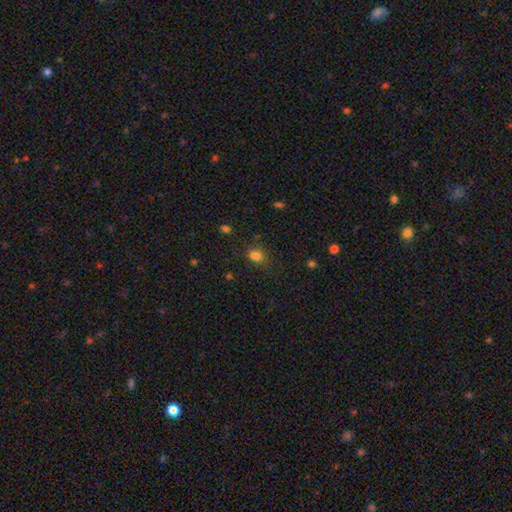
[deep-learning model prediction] This appears to be a smooth galaxy with no disk features (76%) that is round (55%). Merging: none (64%).